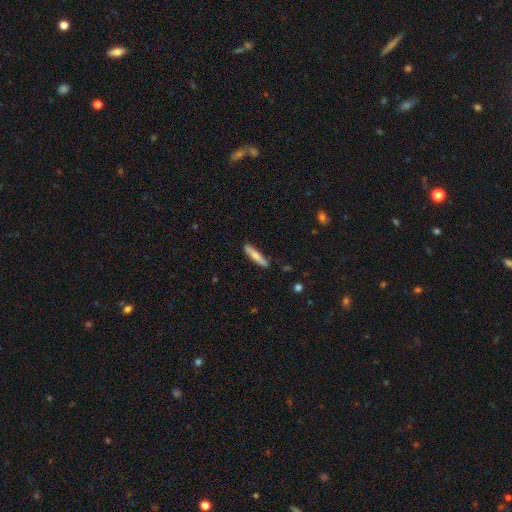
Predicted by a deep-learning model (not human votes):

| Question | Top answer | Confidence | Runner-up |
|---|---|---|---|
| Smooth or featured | smooth | 72% | featured or disk (22%) |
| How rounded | cigar-shaped | 88% | in between (10%) |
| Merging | none | 83% | minor disturbance (13%) |